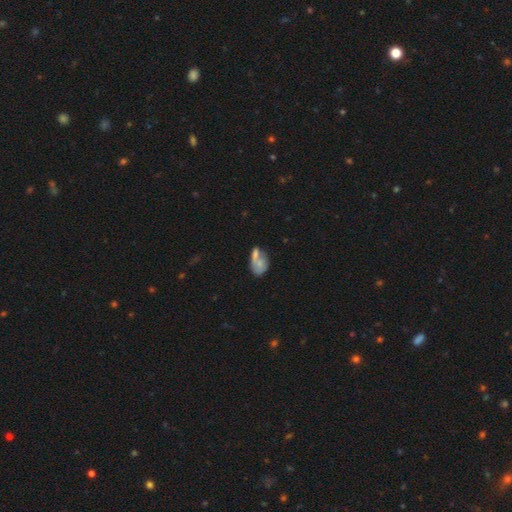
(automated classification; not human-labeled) Morphology: type=smooth (55%); roundness=in between (79%); merging=merger (42%).